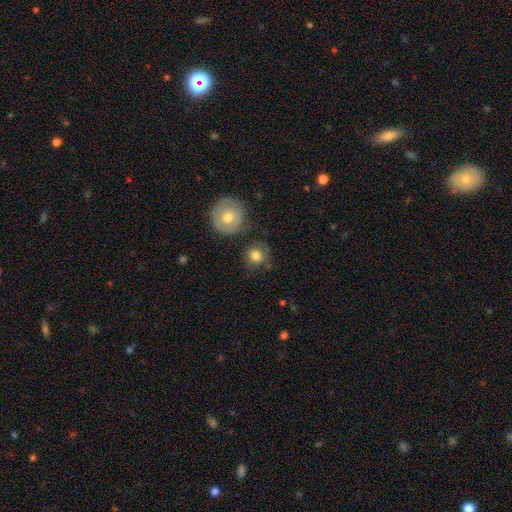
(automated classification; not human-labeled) smooth-or-featured: smooth: 81% | featured or disk: 10% | star or artifact: 9%
  how-rounded: round: 88% | in between: 11% | cigar-shaped: 1%
  merging: none: 73% | minor disturbance: 15% | merger: 7% | major disturbance: 5%